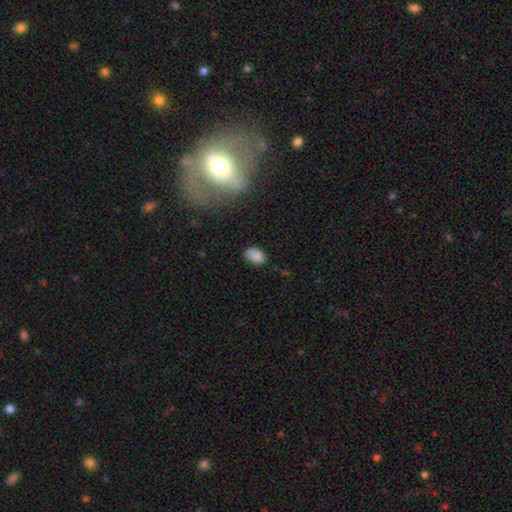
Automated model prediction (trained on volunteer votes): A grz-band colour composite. It shows a smooth galaxy with no disk features (85%) that is in between round and cigar-shaped (88%). Merging: none (66%).